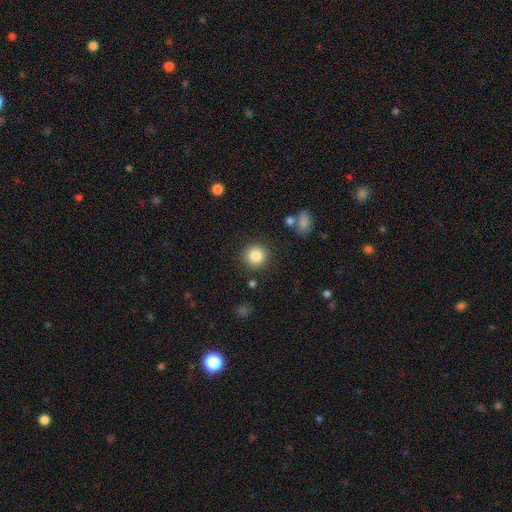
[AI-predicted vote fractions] Smooth or featured: smooth — 85% (star or artifact — 10%)
How rounded: round — 94% (in between — 5%)
Merging: none — 89% (minor disturbance — 6%)